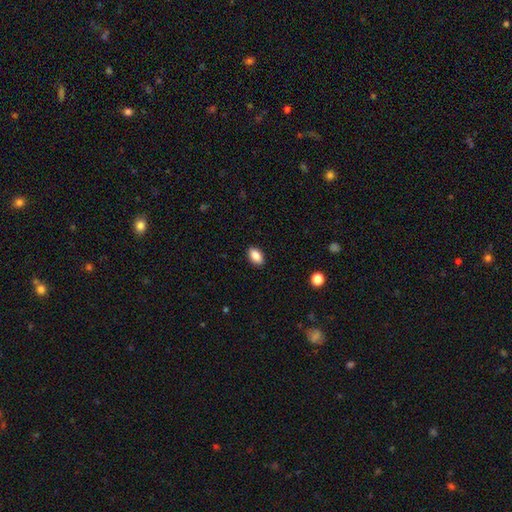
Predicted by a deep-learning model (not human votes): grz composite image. It shows a smooth galaxy with no disk features (87%) that is in between round and cigar-shaped (91%). Merging: none (89%).